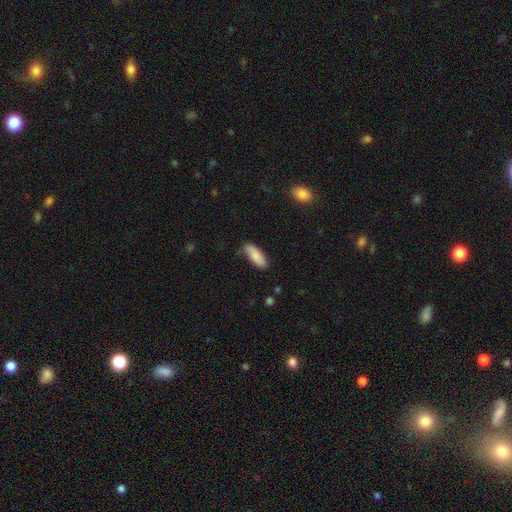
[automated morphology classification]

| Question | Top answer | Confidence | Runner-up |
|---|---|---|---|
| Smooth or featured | smooth | 84% | featured or disk (10%) |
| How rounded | in between | 72% | cigar-shaped (26%) |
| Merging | none | 78% | minor disturbance (17%) |